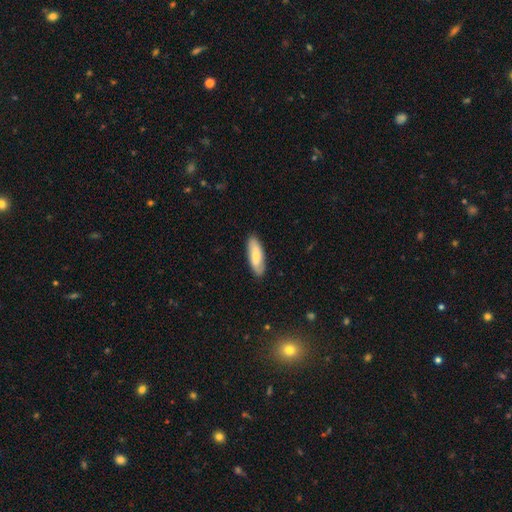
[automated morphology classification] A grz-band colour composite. It shows a smooth galaxy with no disk features (75%) that is in between round and cigar-shaped (62%). Merging: none (86%).